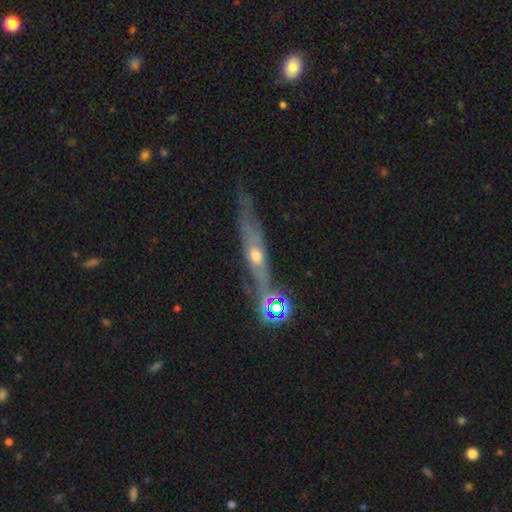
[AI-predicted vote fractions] Overall: featured or disk (60%; smooth 25%). Edge-on disk: yes (66%; no 34%). Merging: none (60%).